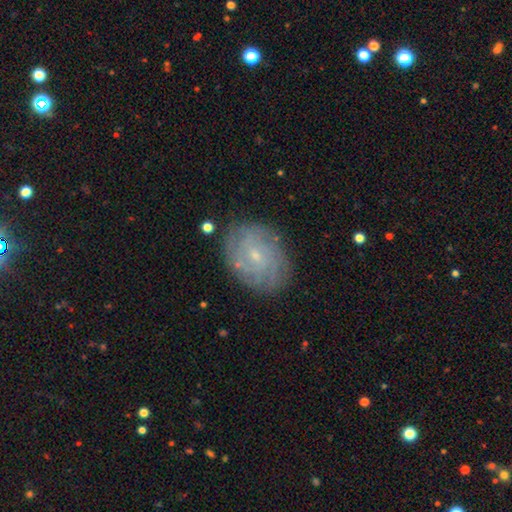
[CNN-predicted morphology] This is likely a featured or disk galaxy (69%). It is clearly not viewed edge-on (97%). Bar: likely no (68%). Spiral arm pattern: clearly yes (87%). Spiral arm count: possibly can't tell (51%). Spiral winding: likely tight (69%). Central bulge: likely small (78%). Merging: clearly none (80%).